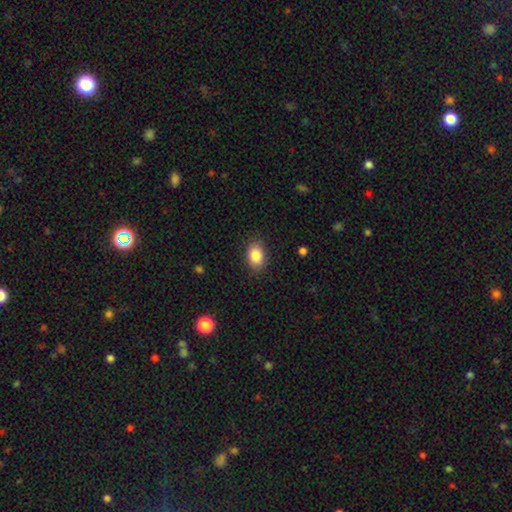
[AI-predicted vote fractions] smooth-or-featured: smooth: 86% | star or artifact: 8% | featured or disk: 6%
  how-rounded: in between: 79% | round: 20% | cigar-shaped: 1%
  merging: none: 86% | minor disturbance: 10% | major disturbance: 3% | merger: 1%